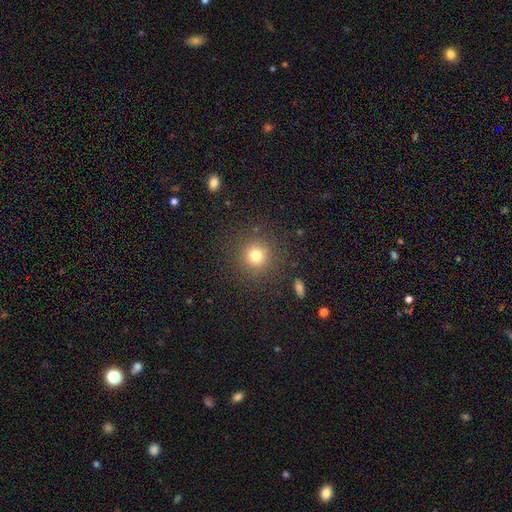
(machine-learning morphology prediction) Smooth or featured?
  - smooth: 77% *
  - star or artifact: 15%
  - featured or disk: 8%
How rounded?
  - round: 94% *
  - in between: 5%
  - cigar-shaped: 1%
Merging?
  - none: 88% *
  - minor disturbance: 7%
  - major disturbance: 3%
  - merger: 1%